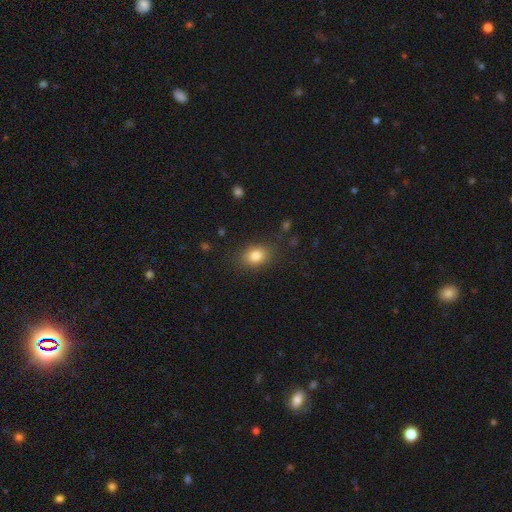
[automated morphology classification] Smooth or featured: smooth — 83% (star or artifact — 10%)
How rounded: in between — 63% (round — 36%)
Merging: none — 83% (minor disturbance — 11%)